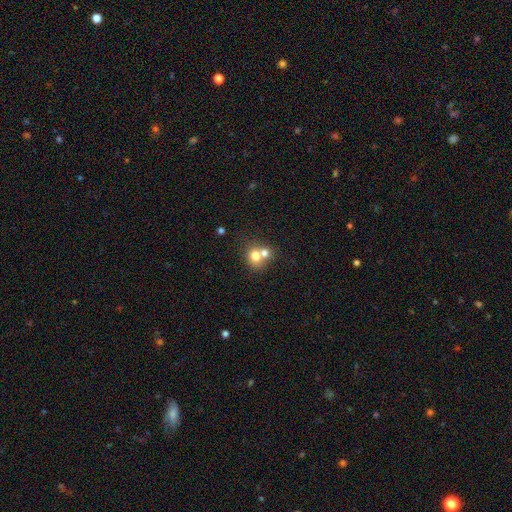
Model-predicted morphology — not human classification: type=smooth (73%); roundness=round (73%); merging=merger (57%).